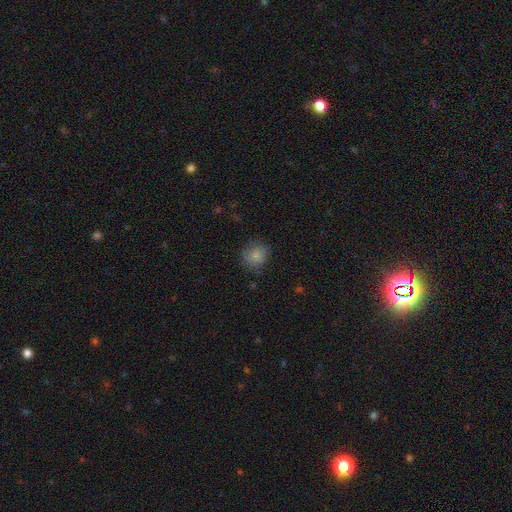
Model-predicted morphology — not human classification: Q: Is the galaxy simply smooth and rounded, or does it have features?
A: smooth — 83%.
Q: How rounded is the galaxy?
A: round — 82%.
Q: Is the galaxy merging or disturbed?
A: none — 76%.